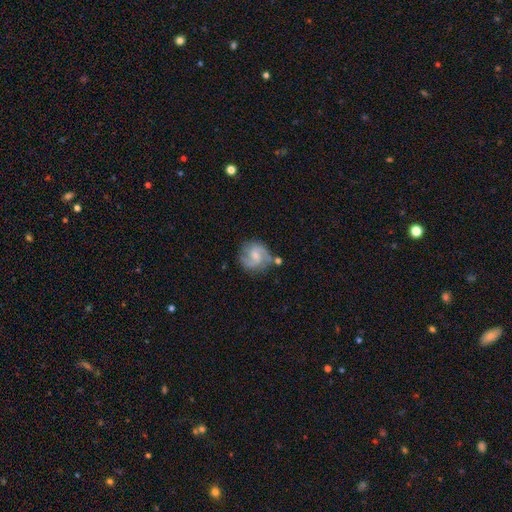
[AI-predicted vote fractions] Smooth or featured?
  - featured or disk: 80% *
  - smooth: 14%
  - star or artifact: 6%
Edge-on disk?
  - no: 98% *
  - yes: 2%
Bar?
  - weak: 49% *
  - no: 42%
  - strong: 9%
Spiral arms?
  - yes: 96% *
  - no: 4%
Spiral winding?
  - medium: 55% *
  - tight: 26%
  - loose: 19%
Spiral arm count?
  - 2: 84% *
  - can't tell: 6%
  - 3: 5%
  - 1: 2%
  - 4: 1%
  - more than 4: 1%
Bulge size?
  - small: 41% *
  - moderate: 38%
  - none: 16%
  - large: 4%
  - dominant: 1%
Merging?
  - none: 68% *
  - minor disturbance: 18%
  - merger: 7%
  - major disturbance: 7%